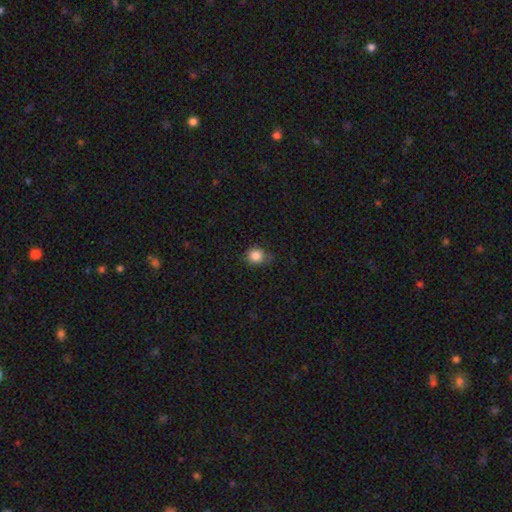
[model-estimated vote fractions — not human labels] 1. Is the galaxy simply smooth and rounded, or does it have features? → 85% smooth, 10% star or artifact, 5% featured or disk.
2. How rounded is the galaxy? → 82% round, 17% in between, 1% cigar-shaped.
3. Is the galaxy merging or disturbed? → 69% none, 24% minor disturbance, 5% major disturbance, 1% merger.